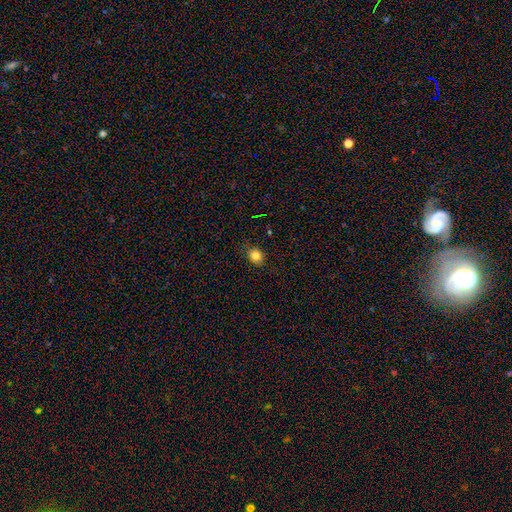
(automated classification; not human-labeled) smooth 81%, star or artifact 12%, featured or disk 7%. Down the decision tree: how rounded — round (62%); merging — none (85%).